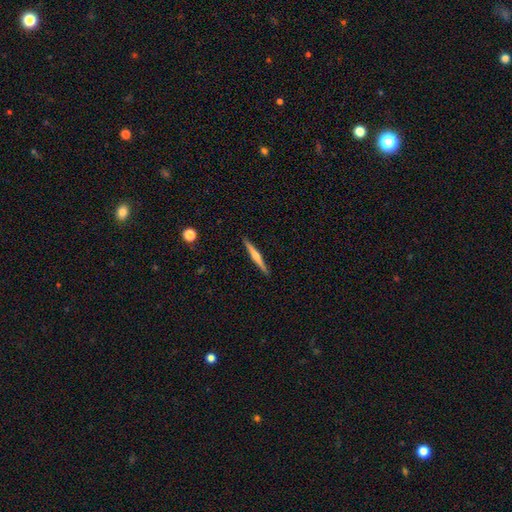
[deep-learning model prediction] Overall: featured or disk (66%; smooth 28%). Edge-on disk: yes (98%). Edge-on bulge: rounded (81%). Merging: none (92%).